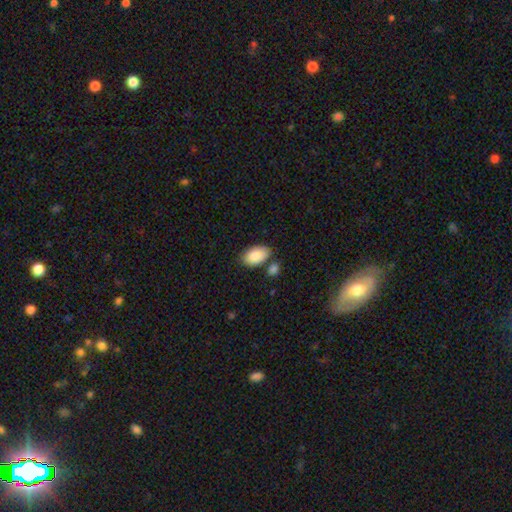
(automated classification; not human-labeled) The model was most divided on "merging": none: 73%, minor disturbance: 13%, merger: 10%, major disturbance: 3%. More confident: how rounded — in between (94%); smooth or featured — smooth (87%).